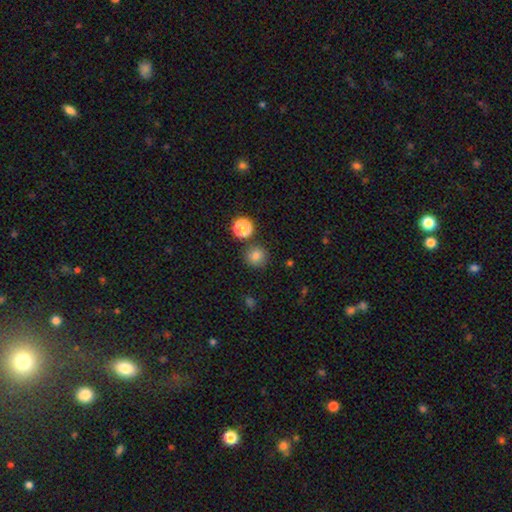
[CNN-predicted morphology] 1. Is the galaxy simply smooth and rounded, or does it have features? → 81% smooth, 14% star or artifact, 5% featured or disk.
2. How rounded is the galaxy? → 91% round, 8% in between, 1% cigar-shaped.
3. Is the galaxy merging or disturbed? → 83% none, 8% minor disturbance, 7% merger, 3% major disturbance.